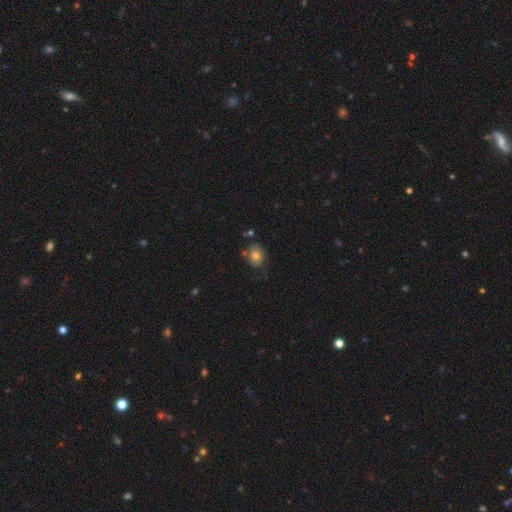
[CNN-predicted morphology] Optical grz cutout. It shows a smooth galaxy with no disk features (68%) that is round (54%). Merging: none (56%).